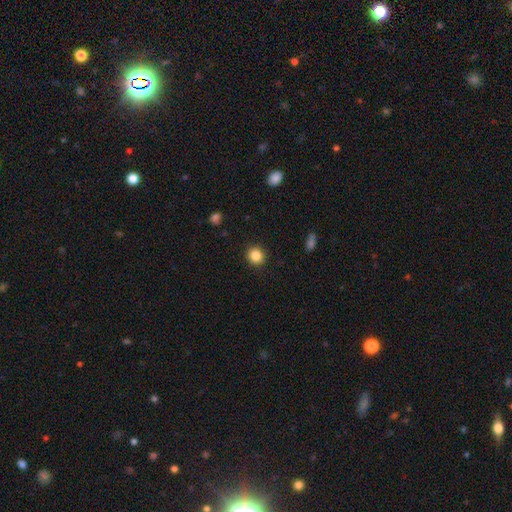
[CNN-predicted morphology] Smooth or featured? Predicted: smooth (p=0.85). How rounded? Predicted: round (p=0.89). Merging? Predicted: none (p=0.91).